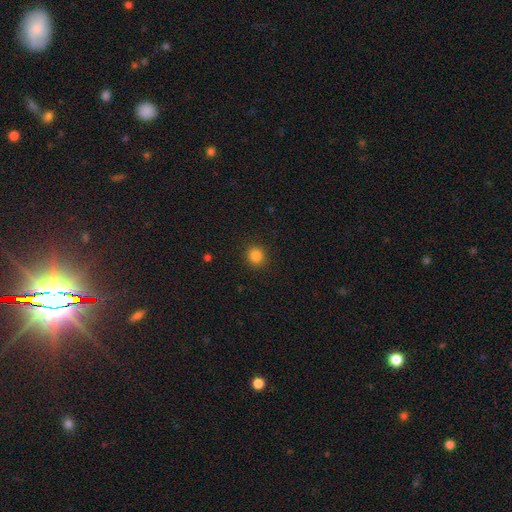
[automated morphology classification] type=smooth (84%); roundness=round (89%); merging=none (91%).